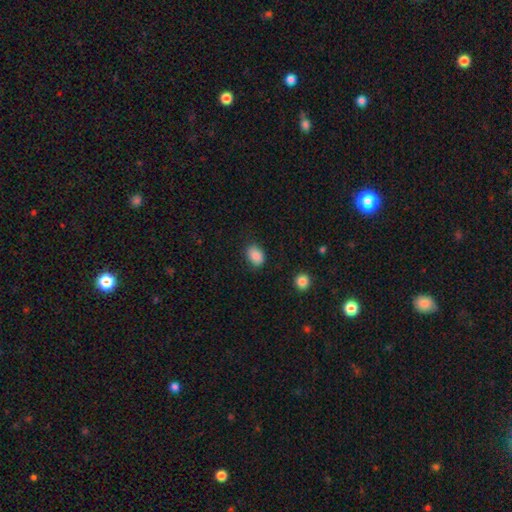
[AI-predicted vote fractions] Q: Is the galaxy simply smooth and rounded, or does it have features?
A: smooth — 87%.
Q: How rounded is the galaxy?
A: in between — 72%.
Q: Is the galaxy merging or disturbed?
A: none — 79%.